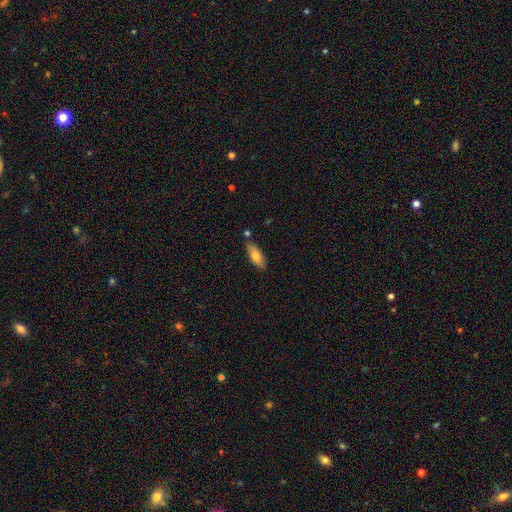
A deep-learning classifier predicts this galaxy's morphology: Smooth or featured? Predicted: smooth (p=0.73). How rounded? Predicted: in between (p=0.67). Merging? Predicted: none (p=0.78).